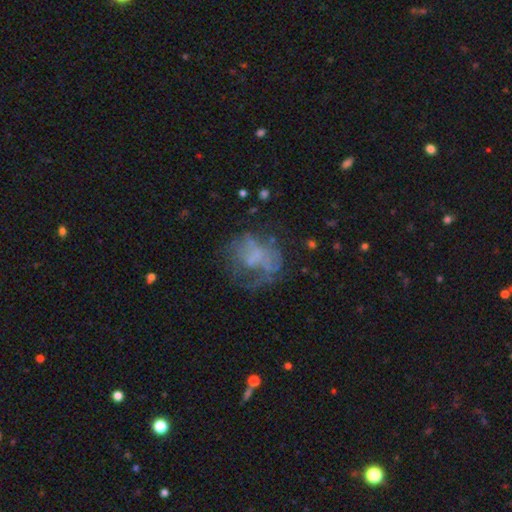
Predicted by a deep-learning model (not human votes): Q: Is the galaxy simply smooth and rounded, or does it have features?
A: featured or disk — 47%.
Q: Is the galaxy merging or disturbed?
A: none — 44%.